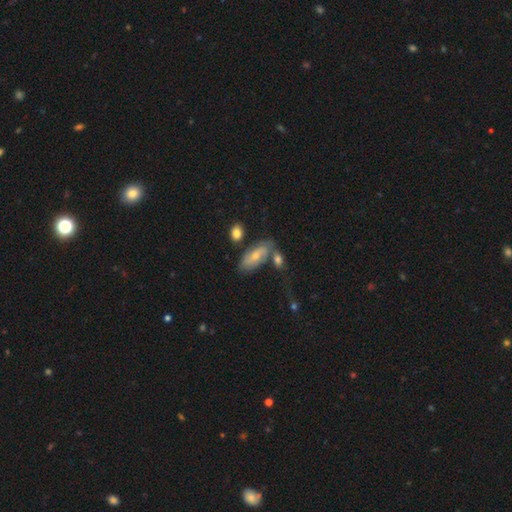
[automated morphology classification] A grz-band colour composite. It shows a smooth galaxy with no disk features (57%) that is in between round and cigar-shaped (81%). Merging: none (57%).